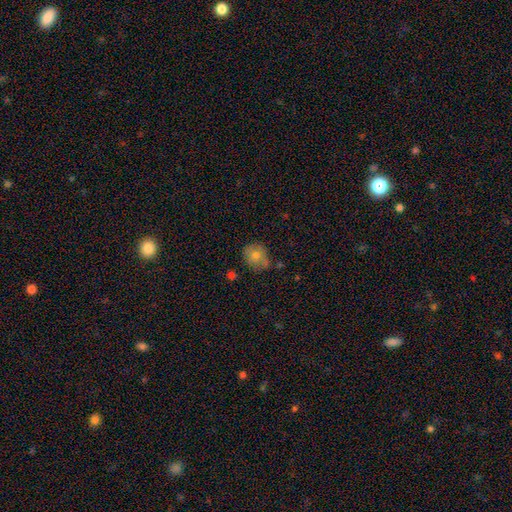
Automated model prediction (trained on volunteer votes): A smooth galaxy with no disk features (74%) that is round (65%).

Vote fractions:
- Smooth or featured? smooth: 74% / featured or disk: 18% / star or artifact: 8%
- How rounded? round: 65% / in between: 34% / cigar-shaped: 1%
- Merging? none: 64% / minor disturbance: 24% / major disturbance: 6% / merger: 5%